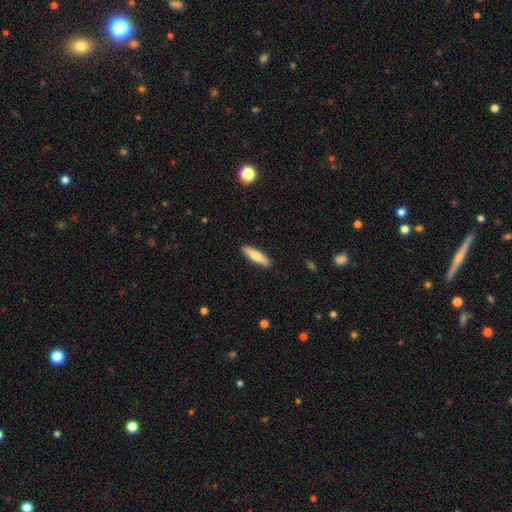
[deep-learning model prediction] The model was most divided on "how rounded": cigar-shaped: 67%, in between: 31%, round: 2%. More confident: merging — none (90%); smooth or featured — smooth (72%).